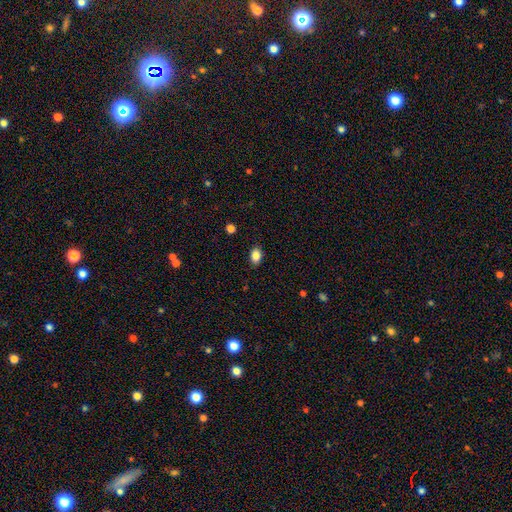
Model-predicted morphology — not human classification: smooth_or_featured: smooth (p=0.85) [alt: star or artifact p=0.09]
how_rounded: in between (p=0.77) [alt: round p=0.21]
merging: none (p=0.87) [alt: minor disturbance p=0.10]